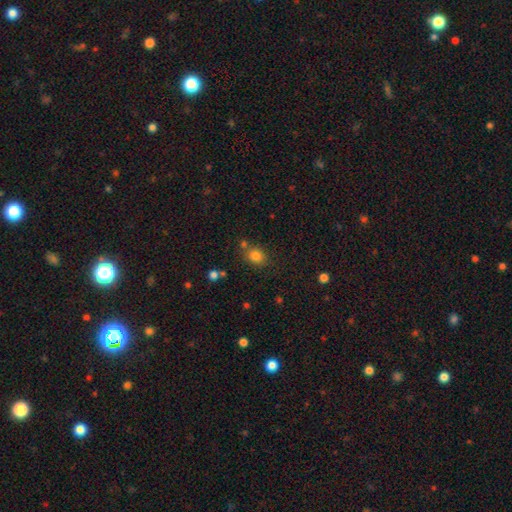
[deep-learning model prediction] Smooth or featured: smooth — 80% (star or artifact — 13%)
How rounded: round — 59% (in between — 40%)
Merging: none — 72% (minor disturbance — 12%)